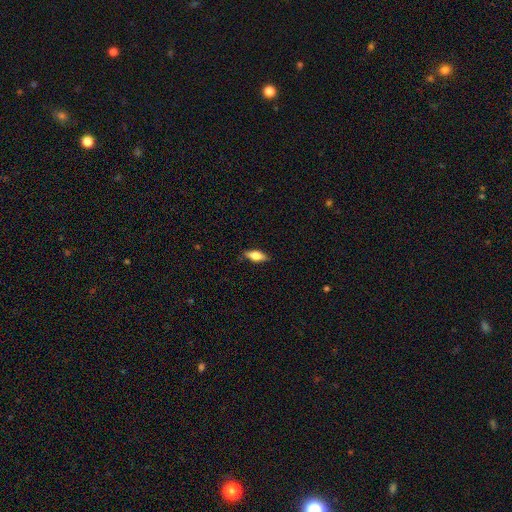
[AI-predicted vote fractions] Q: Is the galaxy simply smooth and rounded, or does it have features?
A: smooth — 66%.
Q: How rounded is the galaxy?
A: in between — 74%.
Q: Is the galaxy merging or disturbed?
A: none — 86%.